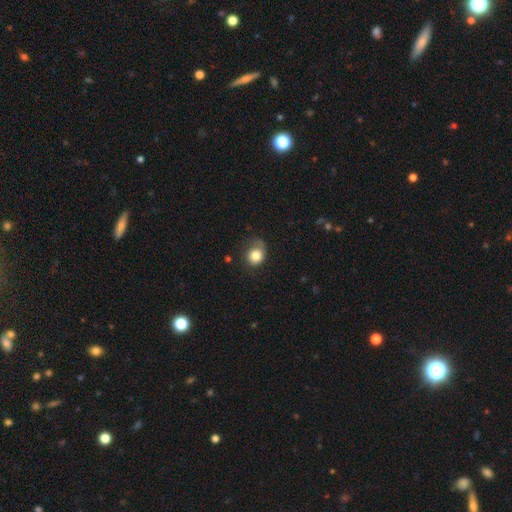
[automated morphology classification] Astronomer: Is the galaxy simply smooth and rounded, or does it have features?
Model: smooth — 78%.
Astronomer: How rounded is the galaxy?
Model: round — 69%.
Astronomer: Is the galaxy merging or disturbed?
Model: none — 45% (runner-up: minor disturbance, 31%).